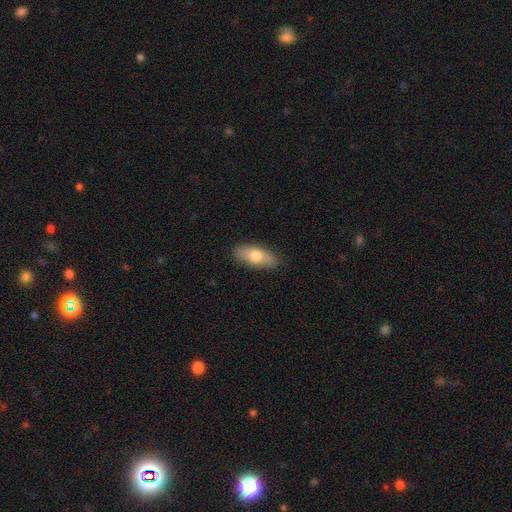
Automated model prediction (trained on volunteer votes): smooth 71%, featured or disk 23%, star or artifact 6%. Down the decision tree: how rounded — in between (77%); merging — none (85%).